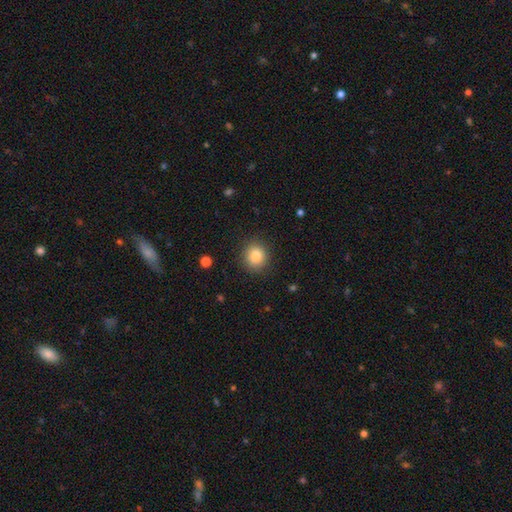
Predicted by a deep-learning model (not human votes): Smooth or featured?
  - smooth: 83% *
  - star or artifact: 10%
  - featured or disk: 7%
How rounded?
  - round: 87% *
  - in between: 12%
  - cigar-shaped: 1%
Merging?
  - none: 89% *
  - minor disturbance: 8%
  - major disturbance: 3%
  - merger: 1%